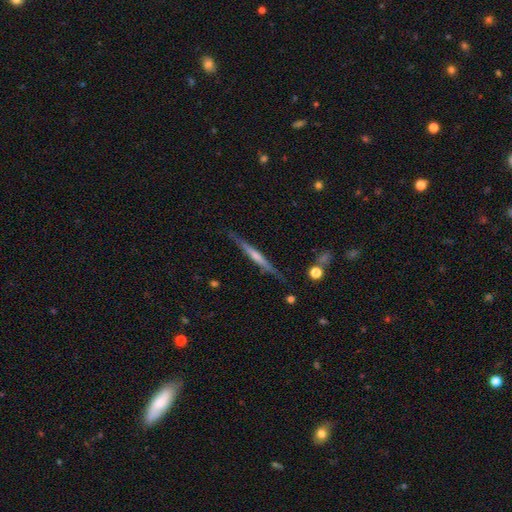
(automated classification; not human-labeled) A featured or disk galaxy (64%) viewed edge-on (97%) with no central bulge (52%). Merging: none (85%).